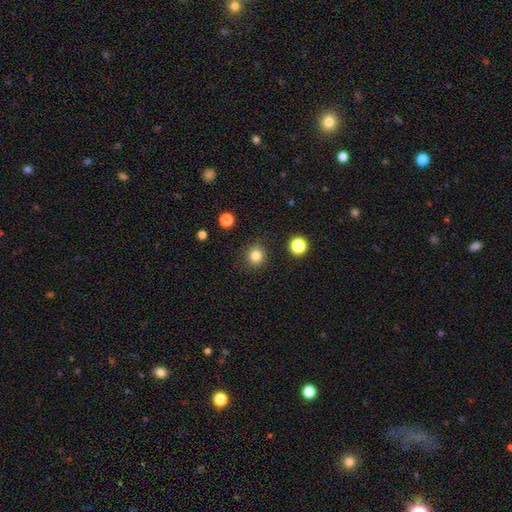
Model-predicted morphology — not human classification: This appears to be a smooth galaxy with no disk features (82%) that is round (92%). Merging: none (88%).